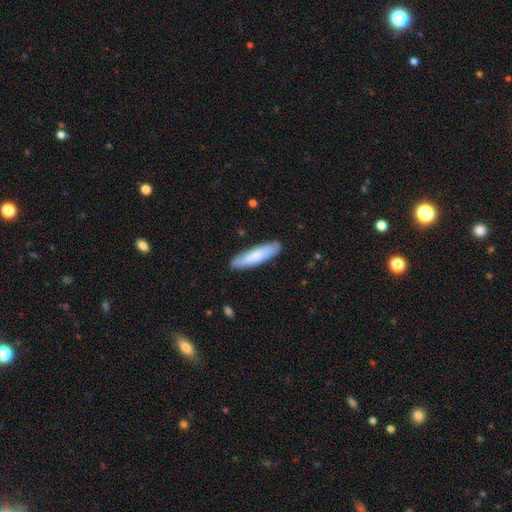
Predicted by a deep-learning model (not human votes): The model was most divided on "how rounded": cigar-shaped: 77%, in between: 21%, round: 1%. More confident: merging — none (87%); smooth or featured — smooth (78%).